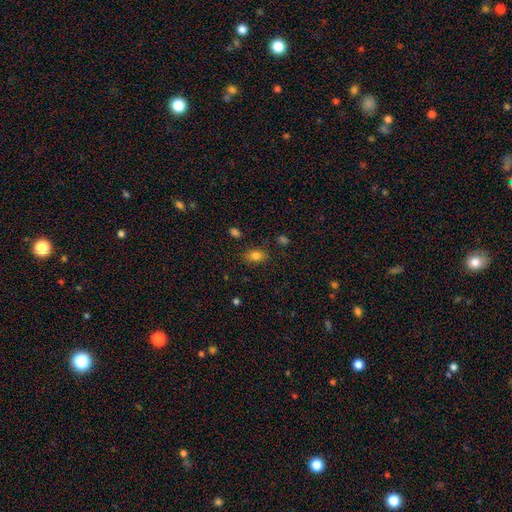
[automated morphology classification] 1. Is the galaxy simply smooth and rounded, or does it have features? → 82% smooth, 11% star or artifact, 7% featured or disk.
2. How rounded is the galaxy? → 73% in between, 26% round, 1% cigar-shaped.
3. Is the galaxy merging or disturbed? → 80% none, 14% minor disturbance, 4% major disturbance, 2% merger.